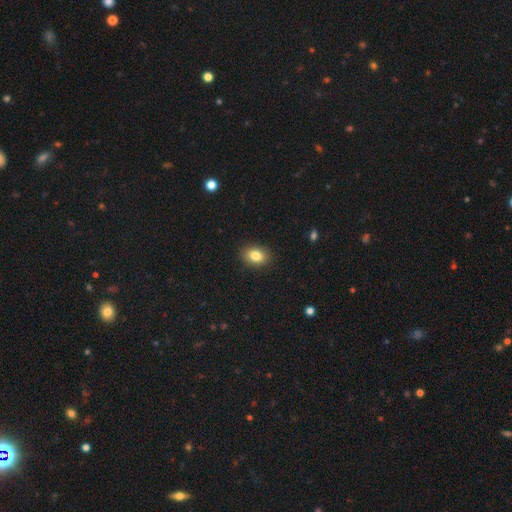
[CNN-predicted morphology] Q: Smooth or featured?
A: smooth (83%); runner-up: star or artifact (9%)
Q: How rounded?
A: in between (74%); runner-up: round (24%)
Q: Merging?
A: none (89%); runner-up: minor disturbance (8%)